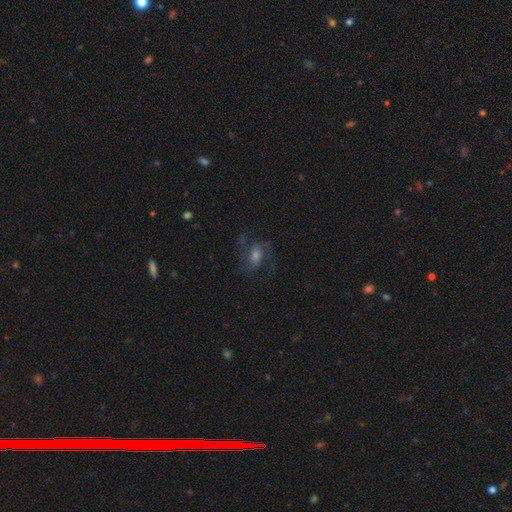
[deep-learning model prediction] smooth-or-featured: featured or disk: 73% | smooth: 16% | star or artifact: 11%
  disk-edge-on: no: 97% | yes: 3%
    bar: weak: 47% | no: 36% | strong: 17%
    has-spiral-arms: yes: 94% | no: 6%
      spiral-winding: medium: 53% | loose: 32% | tight: 15%
      spiral-arm-count: 2: 77% | can't tell: 8% | 3: 7% | 1: 3% | 4: 2% | more than 4: 2%
    bulge-size: moderate: 47% | small: 29% | large: 15% | none: 6% | dominant: 2%
  merging: none: 68% | major disturbance: 15% | minor disturbance: 15% | merger: 1%